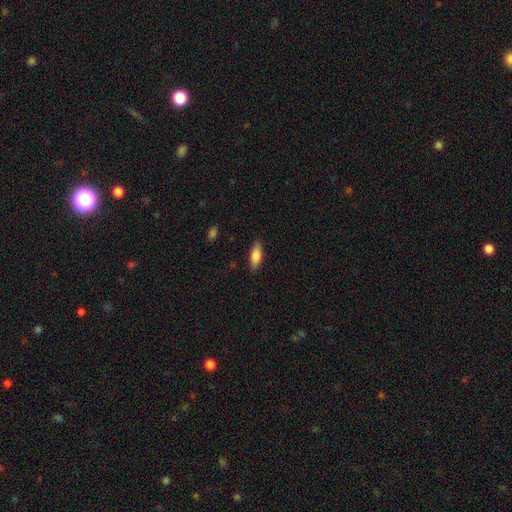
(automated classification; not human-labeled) smooth-or-featured: smooth: 83% | featured or disk: 11% | star or artifact: 6%
  how-rounded: in between: 70% | cigar-shaped: 28% | round: 2%
  merging: none: 86% | minor disturbance: 10% | major disturbance: 2% | merger: 1%